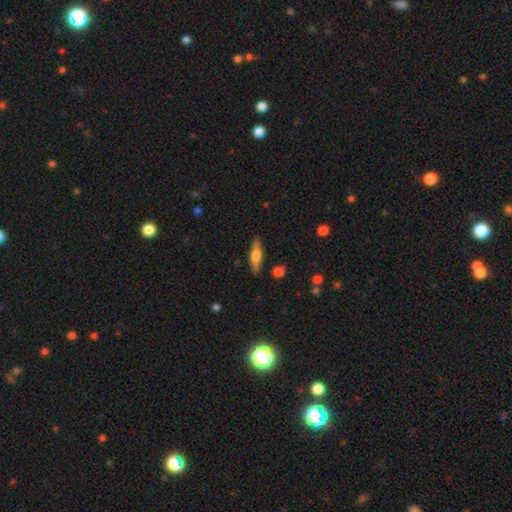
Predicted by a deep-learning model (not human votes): smooth_or_featured: featured or disk (p=0.53) [alt: smooth p=0.41]
disk_edge_on: yes (p=0.94) [alt: no p=0.06]
merging: none (p=0.87) [alt: minor disturbance p=0.09]